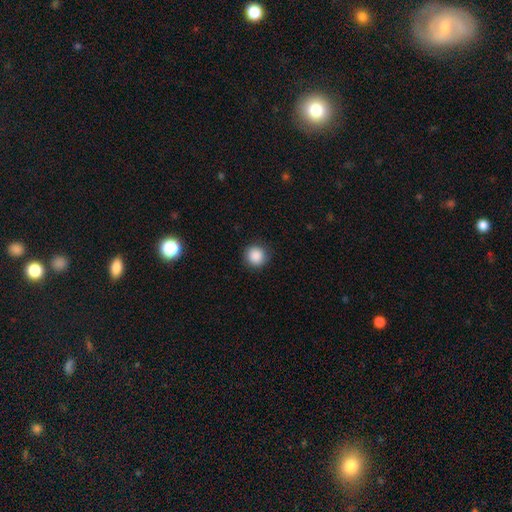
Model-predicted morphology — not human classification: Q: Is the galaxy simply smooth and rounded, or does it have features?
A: smooth — 88%.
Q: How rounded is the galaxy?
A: round — 93%.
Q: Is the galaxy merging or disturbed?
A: none — 89%.